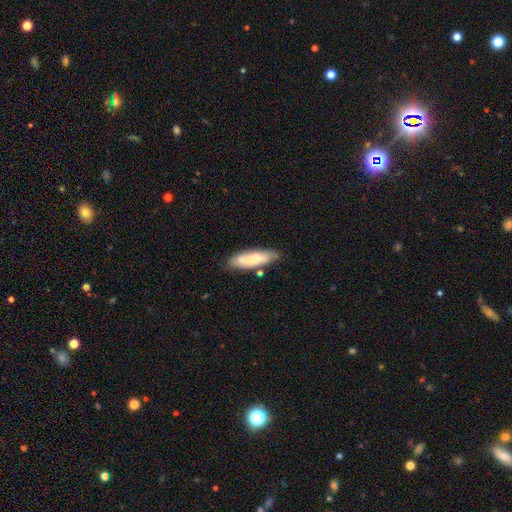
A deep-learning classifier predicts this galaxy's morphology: Q: Smooth or featured?
A: smooth (72%); runner-up: featured or disk (21%)
Q: How rounded?
A: cigar-shaped (58%); runner-up: in between (41%)
Q: Merging?
A: none (74%); runner-up: minor disturbance (18%)